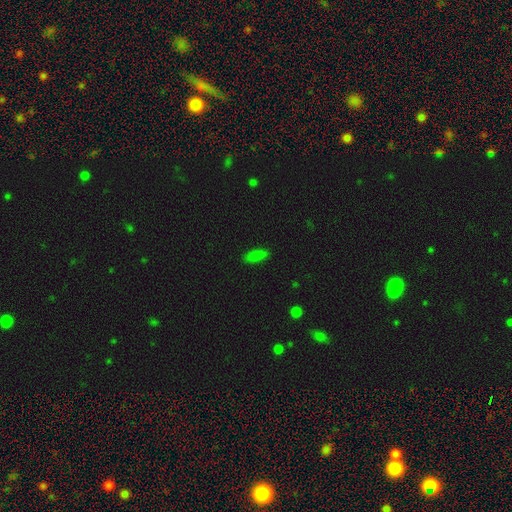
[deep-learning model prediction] smooth 82%, star or artifact 11%, featured or disk 7%. Down the decision tree: how rounded — in between (59%); merging — none (85%).